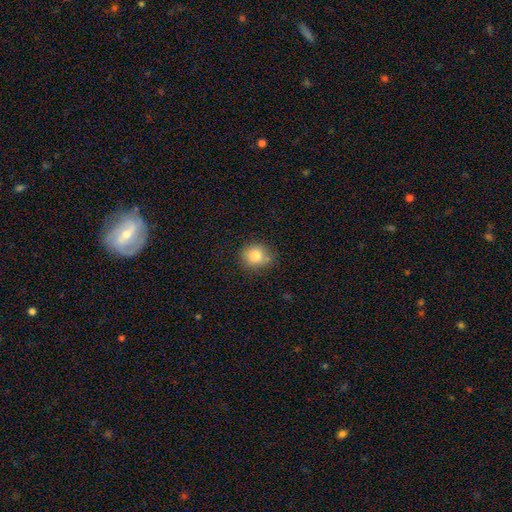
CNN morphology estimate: Smooth or featured: smooth — 83% (star or artifact — 10%)
How rounded: round — 72% (in between — 27%)
Merging: none — 69% (minor disturbance — 22%)